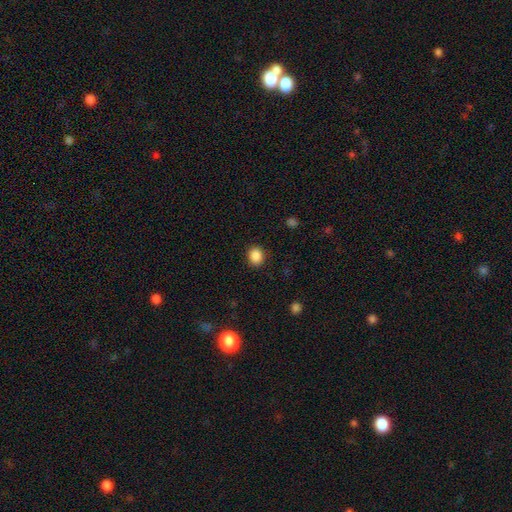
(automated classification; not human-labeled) Smooth or featured: smooth — 87% (star or artifact — 10%)
How rounded: round — 68% (in between — 31%)
Merging: none — 90% (minor disturbance — 7%)